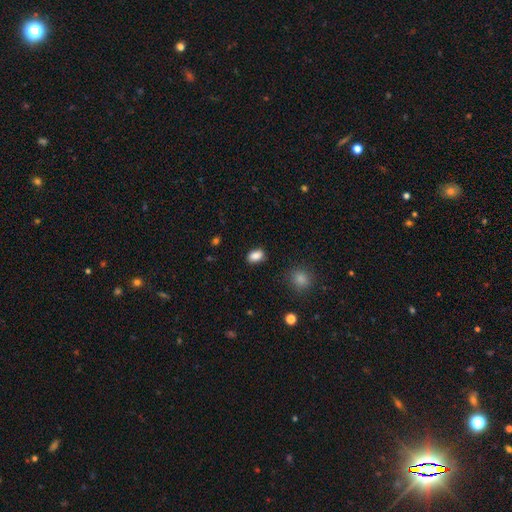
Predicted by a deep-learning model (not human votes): Morphology: type=smooth (86%); roundness=in between (86%); merging=none (86%).